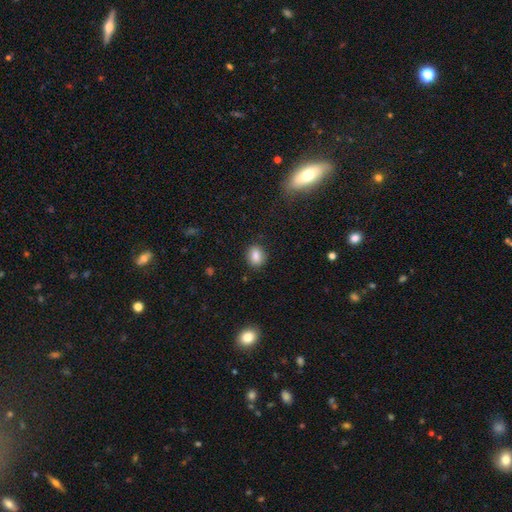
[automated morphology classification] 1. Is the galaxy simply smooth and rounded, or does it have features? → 84% smooth, 10% star or artifact, 7% featured or disk.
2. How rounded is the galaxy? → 51% round, 47% in between, 1% cigar-shaped.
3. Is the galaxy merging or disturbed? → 86% none, 9% minor disturbance, 2% major disturbance, 2% merger.